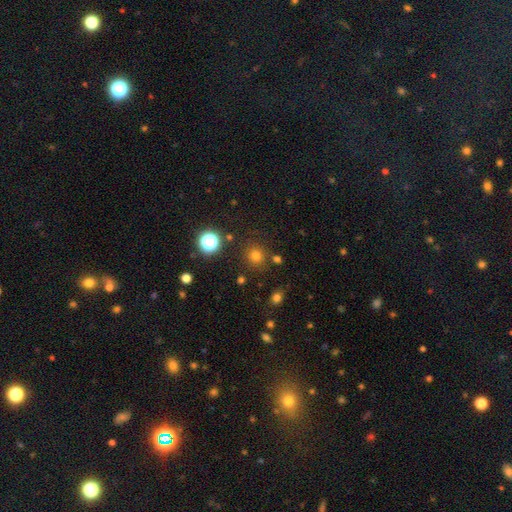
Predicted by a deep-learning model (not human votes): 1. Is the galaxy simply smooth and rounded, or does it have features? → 73% smooth, 21% star or artifact, 6% featured or disk.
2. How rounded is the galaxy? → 92% round, 7% in between, 1% cigar-shaped.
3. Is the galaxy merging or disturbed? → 85% none, 8% minor disturbance, 4% merger, 3% major disturbance.